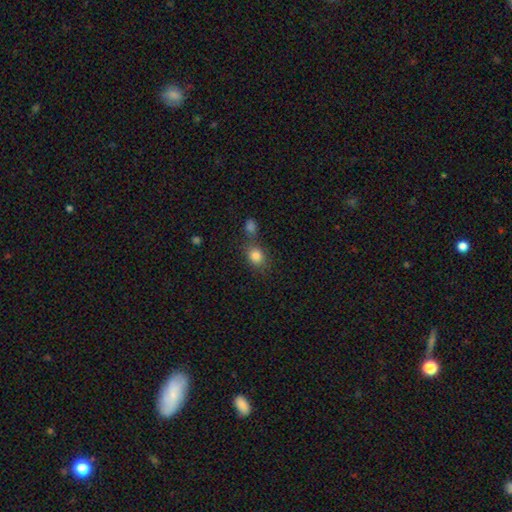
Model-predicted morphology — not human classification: This is clearly a smooth galaxy (82%). How rounded: likely round (62%). Merging: possibly none (58%).